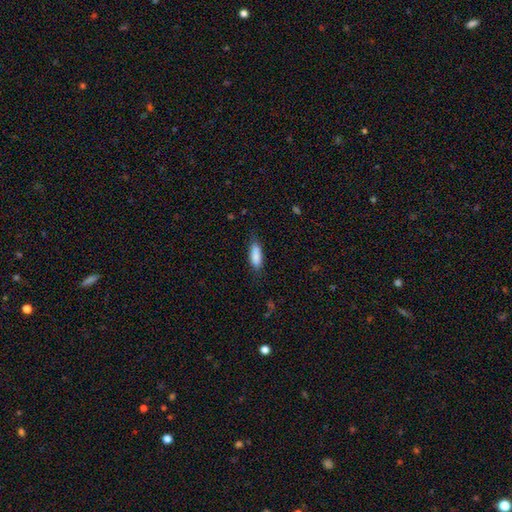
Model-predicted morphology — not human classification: Smooth or featured: smooth — 86% (featured or disk — 8%)
How rounded: in between — 66% (cigar-shaped — 32%)
Merging: none — 75% (minor disturbance — 19%)